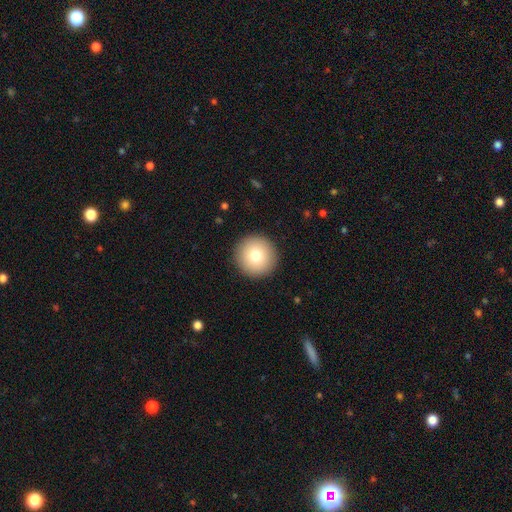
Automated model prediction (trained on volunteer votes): Smooth or featured?
  - smooth: 78% *
  - featured or disk: 13%
  - star or artifact: 9%
How rounded?
  - round: 96% *
  - in between: 3%
  - cigar-shaped: 1%
Merging?
  - none: 93% *
  - minor disturbance: 5%
  - major disturbance: 2%
  - merger: 1%